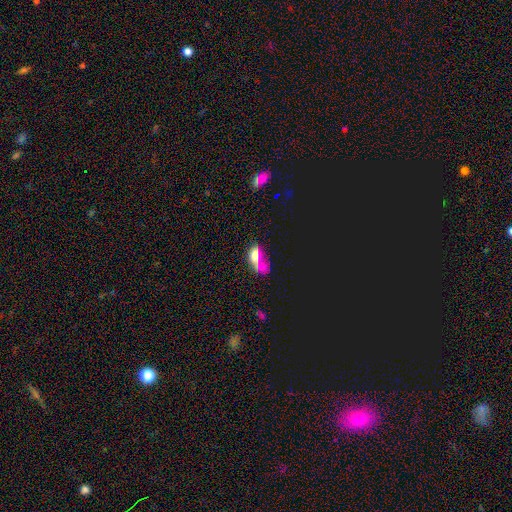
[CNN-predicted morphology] This is possibly a smooth galaxy (52%). How rounded: likely in between (76%). Merging: marginally merger (41%).